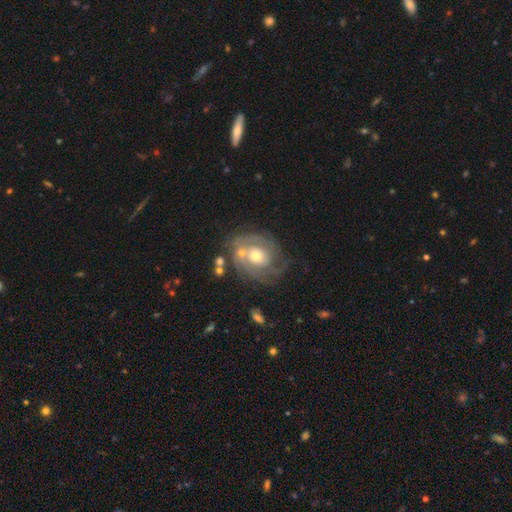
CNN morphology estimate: The model was most divided on "spiral arm count" (2-way tie): can't tell: 34%, 2: 34%, 3: 16%, 1: 7%, 4: 5%, more than 4: 4%. More confident: edge-on disk — no (97%); spiral arms — yes (88%); smooth or featured — featured or disk (79%); bar — no (76%); spiral winding — tight (67%); bulge size — moderate (65%); merging — none (61%).